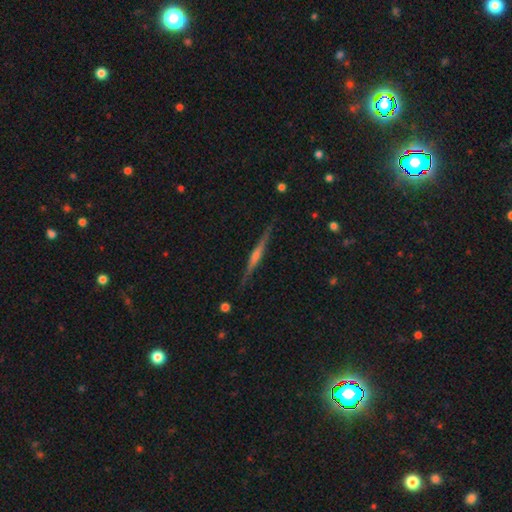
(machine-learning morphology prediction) Smooth or featured: featured or disk — 78% (smooth — 14%)
Edge-on disk: yes — 98% (no — 2%)
Edge-on bulge: rounded — 70% (none — 17%)
Merging: none — 90% (minor disturbance — 7%)